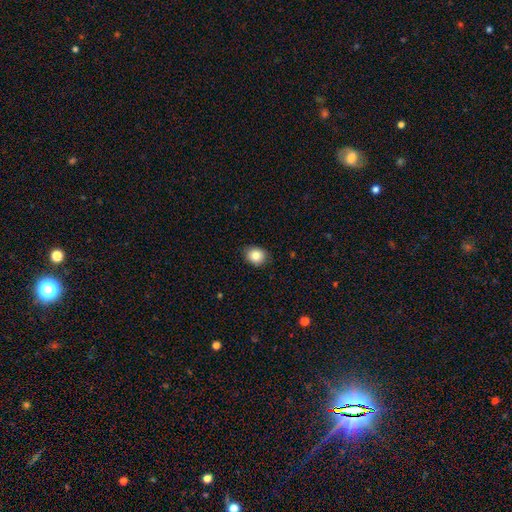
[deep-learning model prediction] Smooth or featured?
  - smooth: 84% *
  - star or artifact: 9%
  - featured or disk: 6%
How rounded?
  - round: 67% *
  - in between: 32%
  - cigar-shaped: 1%
Merging?
  - none: 87% *
  - minor disturbance: 10%
  - major disturbance: 2%
  - merger: 1%